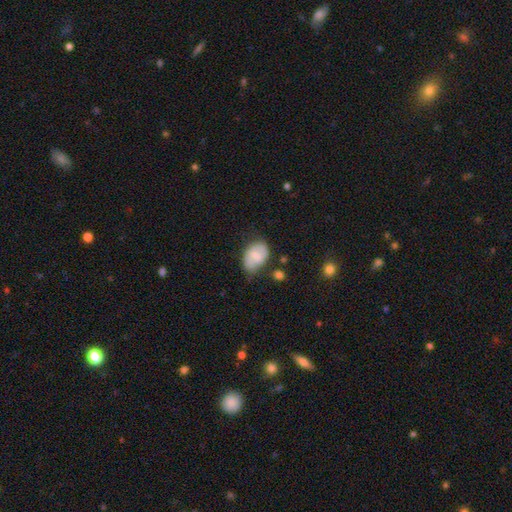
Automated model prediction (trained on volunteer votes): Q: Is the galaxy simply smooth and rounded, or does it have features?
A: smooth — 60%.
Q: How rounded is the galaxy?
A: in between — 81%.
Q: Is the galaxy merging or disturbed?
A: none — 57%.